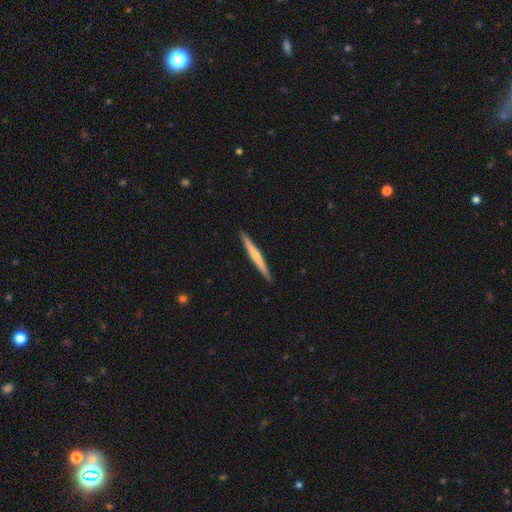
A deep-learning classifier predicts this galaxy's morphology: Overall: featured or disk (51%; smooth 44%). Edge-on disk: yes (98%). Merging: none (92%).